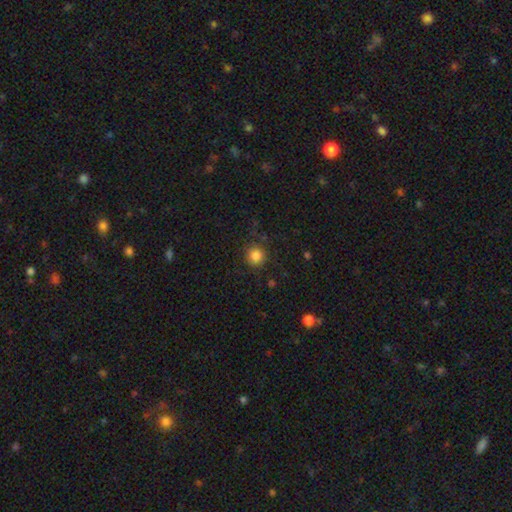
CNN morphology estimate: The model was most divided on "smooth or featured": smooth: 84%, star or artifact: 11%, featured or disk: 5%. More confident: how rounded — round (91%); merging — none (84%).